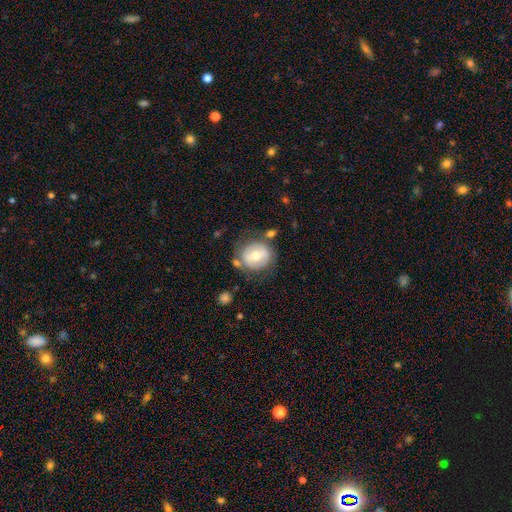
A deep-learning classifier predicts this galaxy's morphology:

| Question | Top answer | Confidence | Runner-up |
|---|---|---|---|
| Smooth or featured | smooth | 54% | featured or disk (39%) |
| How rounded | round | 83% | in between (16%) |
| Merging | none | 66% | minor disturbance (17%) |